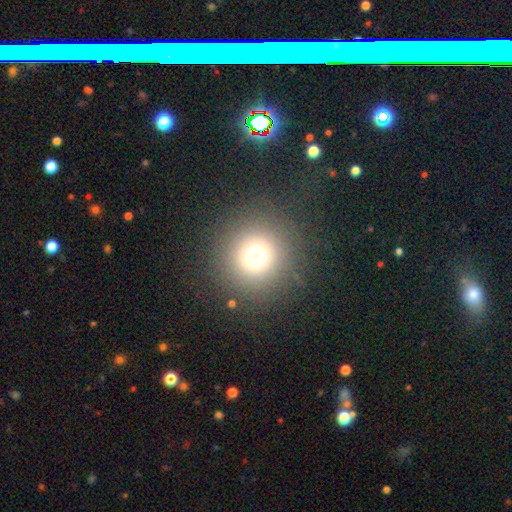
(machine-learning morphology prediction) A smooth galaxy with no disk features (68%) that is round (95%).

Vote fractions:
- Smooth or featured? smooth: 68% / star or artifact: 21% / featured or disk: 10%
- How rounded? round: 95% / in between: 4% / cigar-shaped: 1%
- Merging? none: 87% / minor disturbance: 6% / major disturbance: 5% / merger: 2%